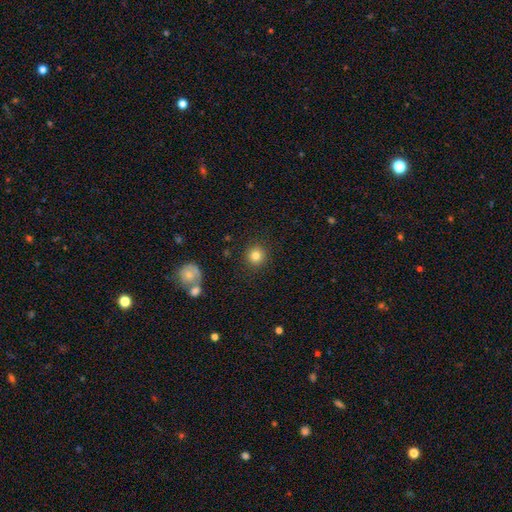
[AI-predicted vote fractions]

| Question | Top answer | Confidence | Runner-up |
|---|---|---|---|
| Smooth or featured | smooth | 82% | star or artifact (11%) |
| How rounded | round | 93% | in between (6%) |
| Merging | none | 89% | minor disturbance (6%) |